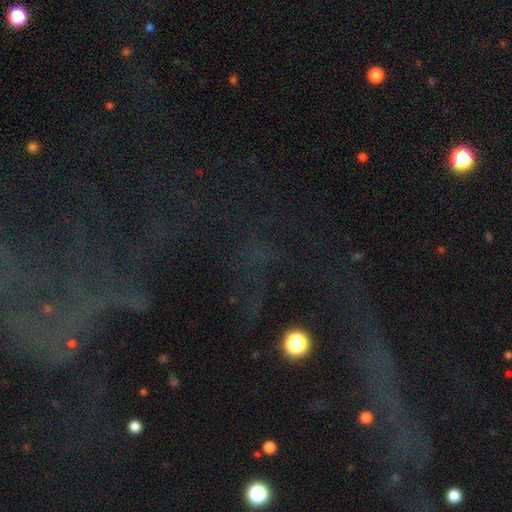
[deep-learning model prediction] star or artifact 63%, featured or disk 19%, smooth 18%.